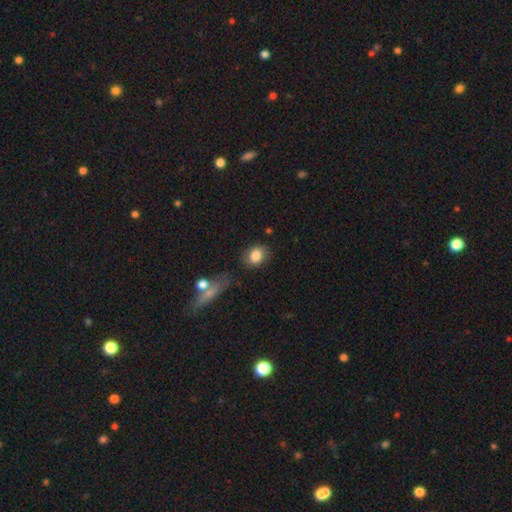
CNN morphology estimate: Smooth or featured? smooth (82%)
How rounded? round (50%)
Merging? none (73%)